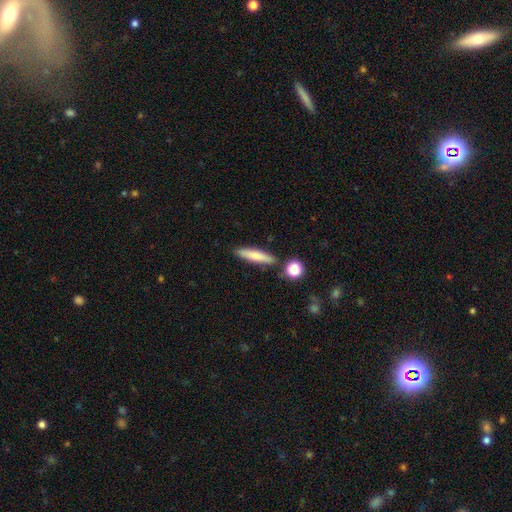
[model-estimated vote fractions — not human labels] Smooth or featured?
  - smooth: 75% *
  - featured or disk: 19%
  - star or artifact: 7%
How rounded?
  - cigar-shaped: 83% *
  - in between: 15%
  - round: 2%
Merging?
  - none: 83% *
  - minor disturbance: 10%
  - merger: 5%
  - major disturbance: 2%